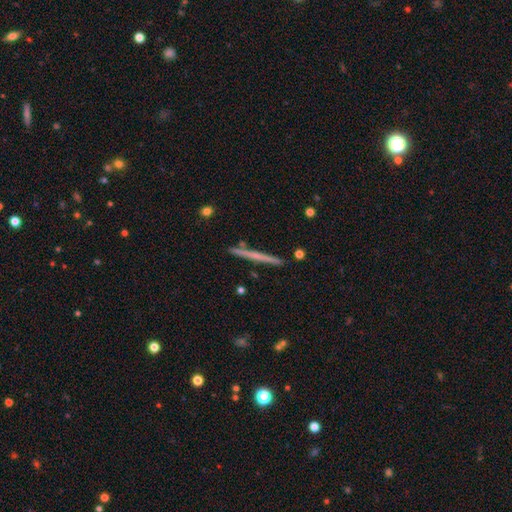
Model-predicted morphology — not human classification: A featured or disk galaxy (56%) viewed edge-on (98%) with no central bulge (81%). Merging: none (90%).